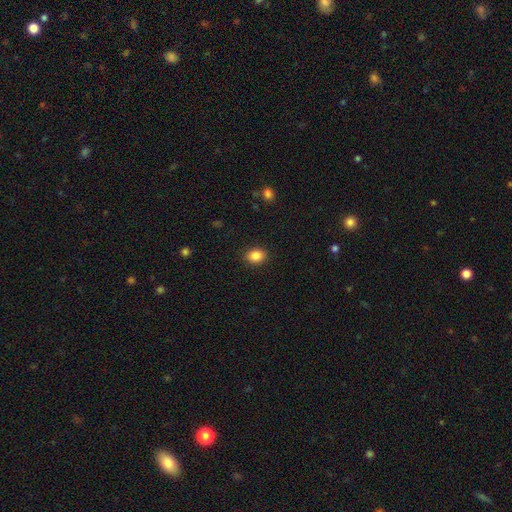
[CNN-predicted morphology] The model was most divided on "how rounded": in between: 55%, round: 44%, cigar-shaped: 1%. More confident: merging — none (90%); smooth or featured — smooth (86%).